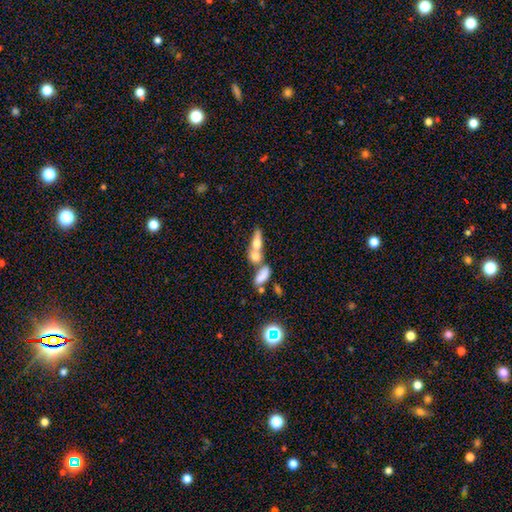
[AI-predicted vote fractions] This appears to be a smooth galaxy with no disk features (49%). Merging: merger (57%).